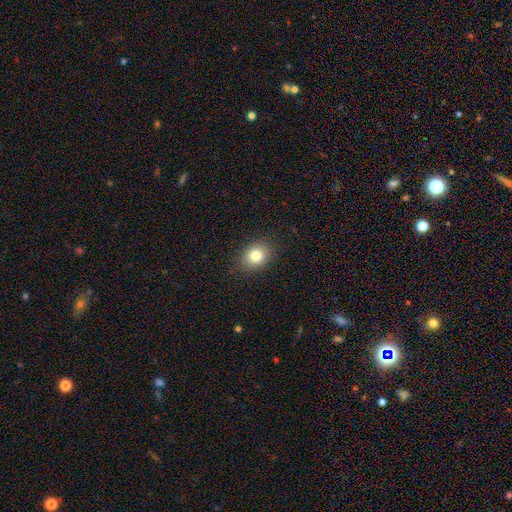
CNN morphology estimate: smooth-or-featured: smooth: 81% | star or artifact: 11% | featured or disk: 8%
  how-rounded: in between: 51% | round: 48% | cigar-shaped: 1%
  merging: none: 88% | minor disturbance: 9% | major disturbance: 3% | merger: 1%